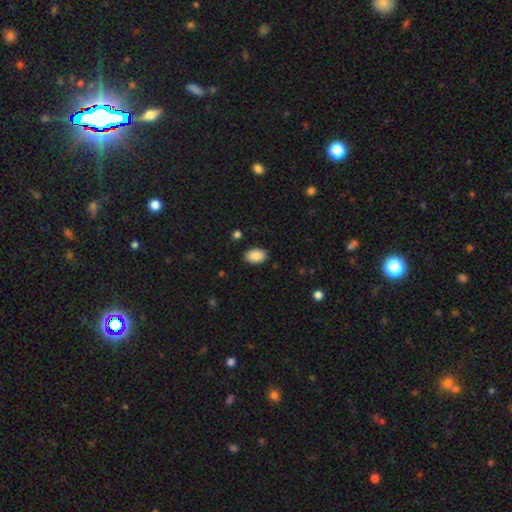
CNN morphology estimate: Smooth or featured? smooth (89%)
How rounded? in between (87%)
Merging? none (87%)